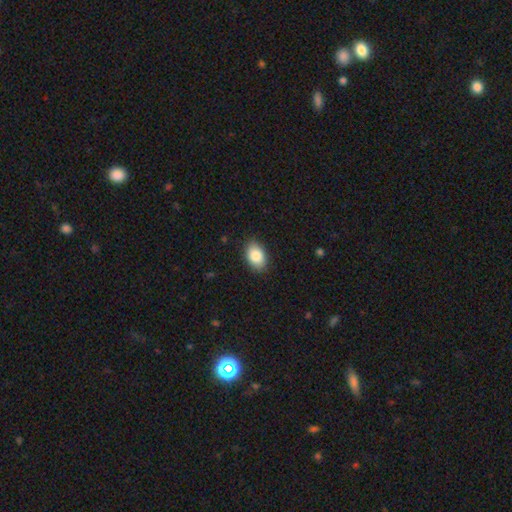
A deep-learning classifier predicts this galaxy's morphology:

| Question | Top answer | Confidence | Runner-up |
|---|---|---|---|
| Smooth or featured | smooth | 87% | star or artifact (7%) |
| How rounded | in between | 89% | round (10%) |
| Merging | none | 87% | minor disturbance (10%) |